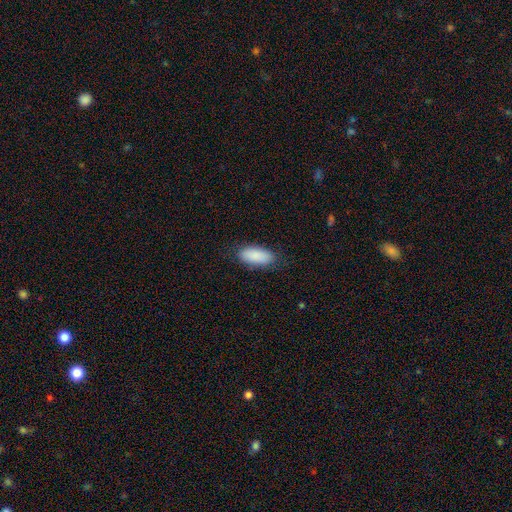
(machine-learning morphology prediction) The model was most divided on "merging": none: 84%, minor disturbance: 12%, major disturbance: 3%, merger: 1%. More confident: smooth or featured — smooth (89%); how rounded — in between (87%).